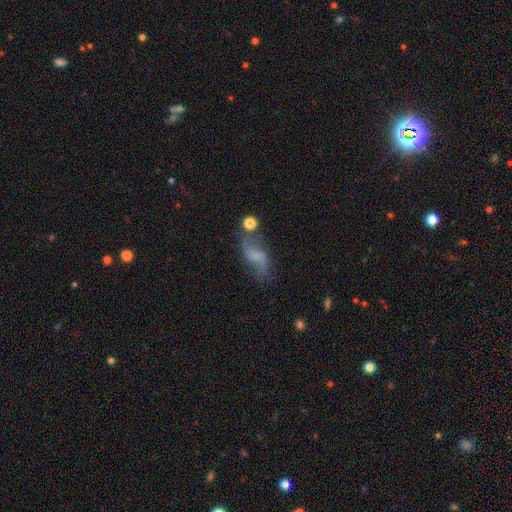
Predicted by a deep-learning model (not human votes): This appears to be a featured or disk galaxy (60%) with no bar (42%, tied with weak), spiral arms (85%) and no central bulge (48%). Merging: none (55%).